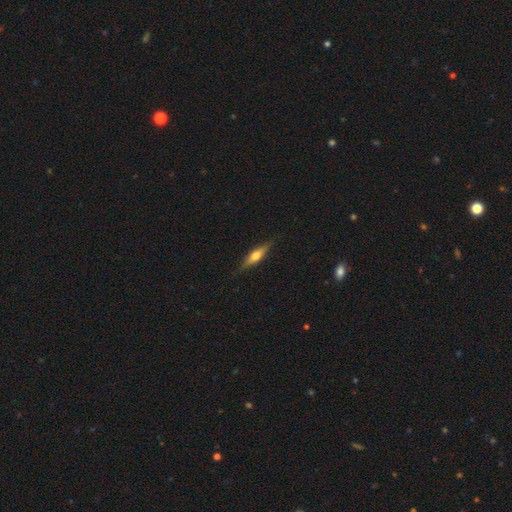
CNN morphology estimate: A featured or disk galaxy (55%) viewed edge-on (94%) with a rounded central bulge (89%). Merging: none (86%).